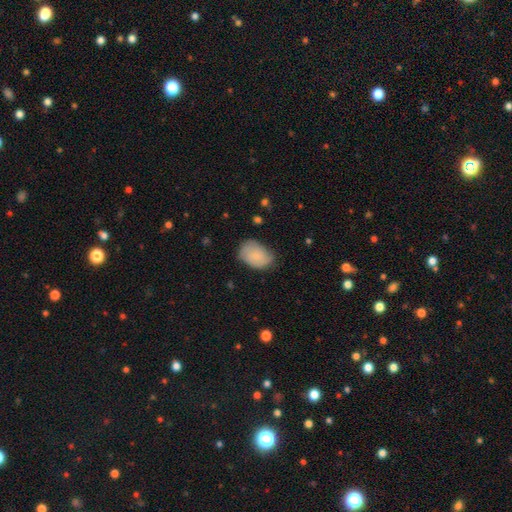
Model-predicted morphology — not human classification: type=smooth (73%); roundness=in between (79%); merging=none (61%).